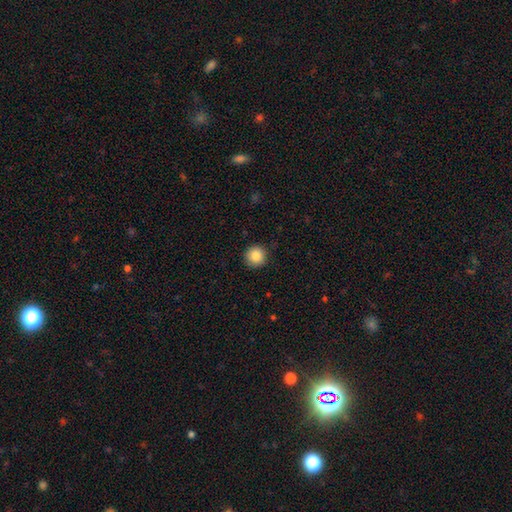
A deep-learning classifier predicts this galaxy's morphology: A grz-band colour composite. It shows a smooth galaxy with no disk features (86%) that is round (95%). Merging: none (91%).